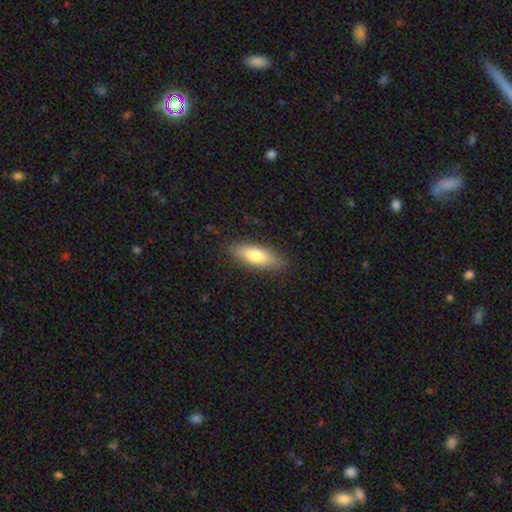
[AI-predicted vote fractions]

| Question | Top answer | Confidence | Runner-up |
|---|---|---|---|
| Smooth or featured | smooth | 73% | featured or disk (21%) |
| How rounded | in between | 61% | cigar-shaped (37%) |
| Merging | none | 85% | minor disturbance (11%) |